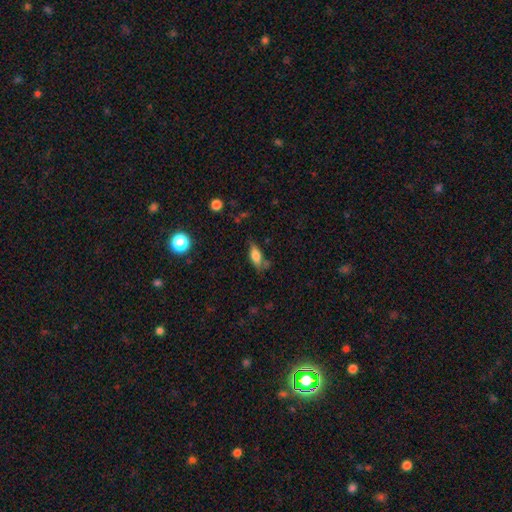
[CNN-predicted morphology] The model was most divided on "merging": none: 54%, minor disturbance: 28%, major disturbance: 10%, merger: 8%. More confident: how rounded — in between (78%); smooth or featured — smooth (73%).